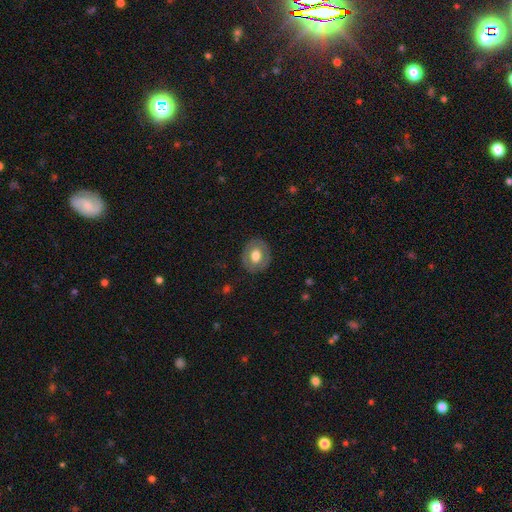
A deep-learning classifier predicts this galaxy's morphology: Smooth or featured?
  - smooth: 65% *
  - featured or disk: 28%
  - star or artifact: 7%
How rounded?
  - round: 63% *
  - in between: 37%
  - cigar-shaped: 1%
Merging?
  - none: 85% *
  - minor disturbance: 10%
  - major disturbance: 3%
  - merger: 1%